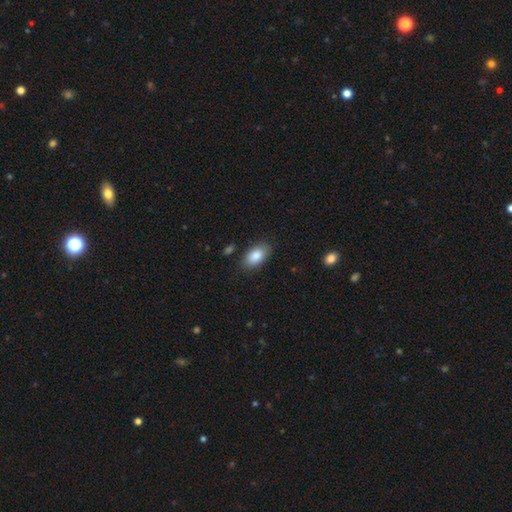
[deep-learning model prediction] Smooth or featured?
  - smooth: 86% *
  - featured or disk: 8%
  - star or artifact: 7%
How rounded?
  - in between: 93% *
  - round: 5%
  - cigar-shaped: 2%
Merging?
  - none: 85% *
  - minor disturbance: 11%
  - major disturbance: 3%
  - merger: 2%